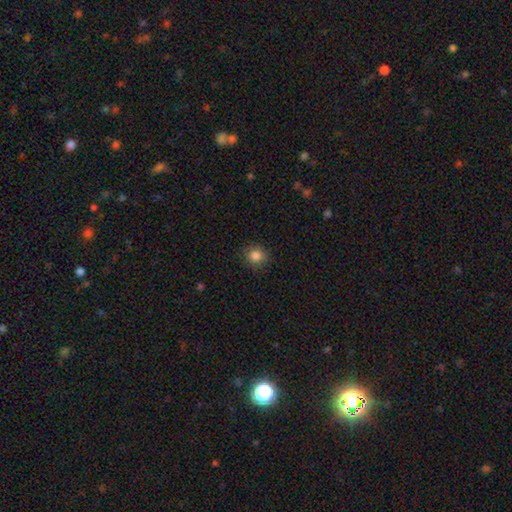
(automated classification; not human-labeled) smooth 85%, star or artifact 11%, featured or disk 4%. Down the decision tree: how rounded — round (88%); merging — none (88%).